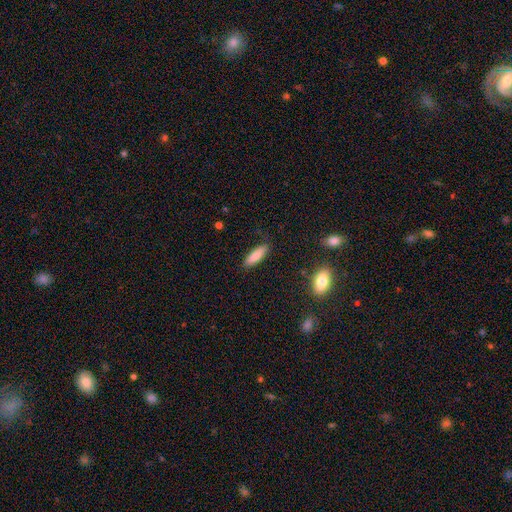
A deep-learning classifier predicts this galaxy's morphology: smooth_or_featured: smooth (p=0.82) [alt: featured or disk p=0.12]
how_rounded: cigar-shaped (p=0.51) [alt: in between p=0.47]
merging: none (p=0.85) [alt: minor disturbance p=0.11]